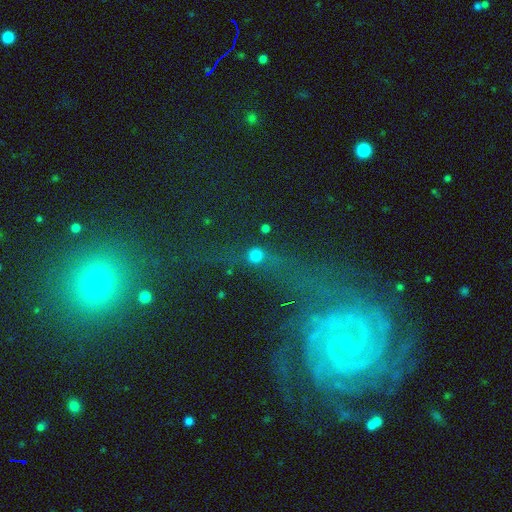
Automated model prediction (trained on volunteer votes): Overall: smooth (63%; star or artifact 24%). How rounded: round (84%). Merging: none (57%).